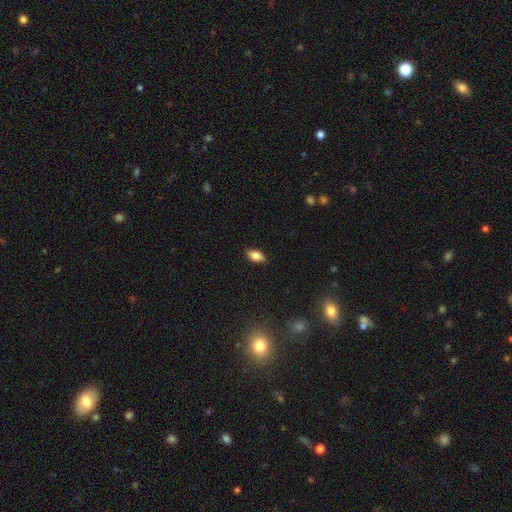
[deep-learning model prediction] Smooth or featured? smooth (82%)
How rounded? in between (90%)
Merging? none (87%)